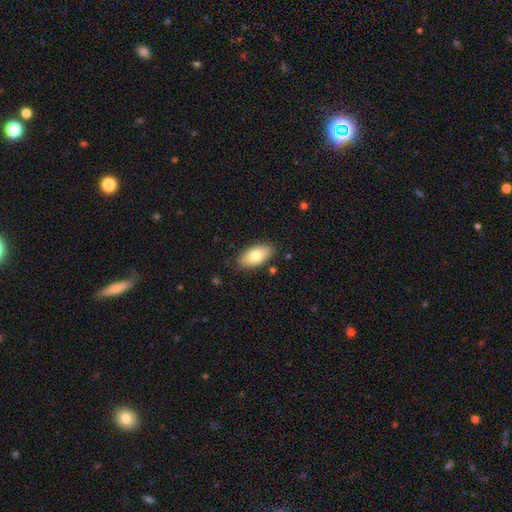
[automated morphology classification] This is likely a smooth galaxy (77%). How rounded: clearly in between (91%). Merging: clearly none (83%).